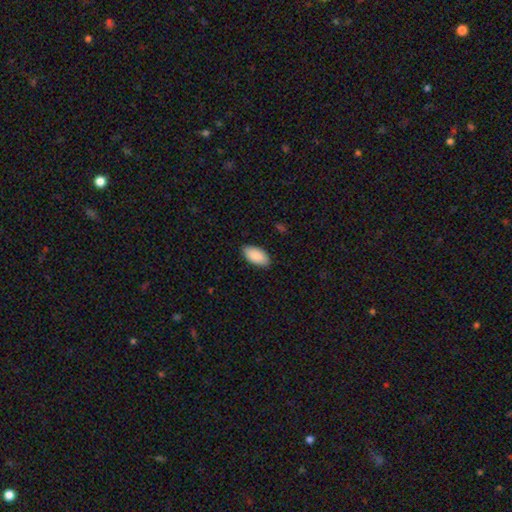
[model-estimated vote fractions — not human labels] Smooth or featured? Predicted: smooth (p=0.90). How rounded? Predicted: in between (p=0.95). Merging? Predicted: none (p=0.86).